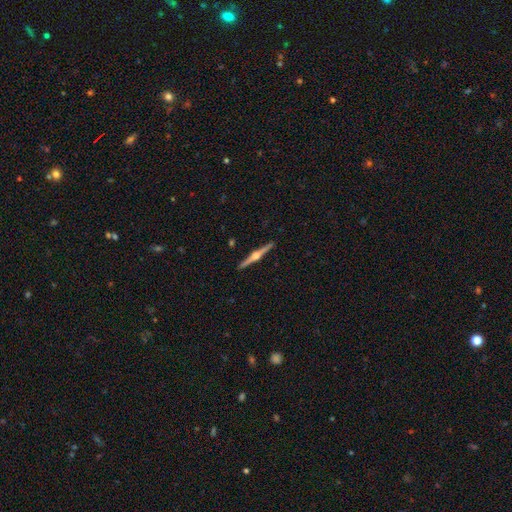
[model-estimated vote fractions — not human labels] This appears to be a featured or disk galaxy (84%) viewed edge-on (99%) with a rounded central bulge (94%). Merging: none (93%).